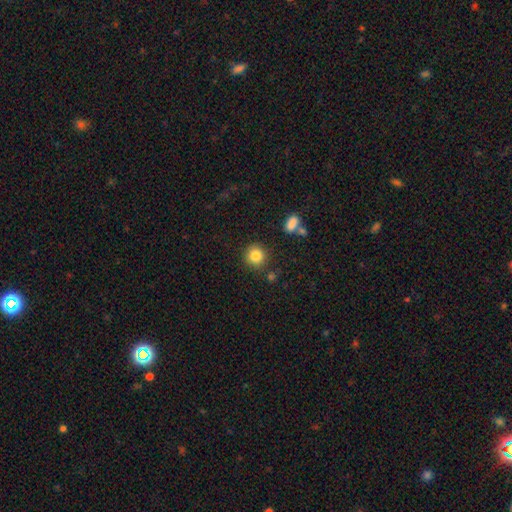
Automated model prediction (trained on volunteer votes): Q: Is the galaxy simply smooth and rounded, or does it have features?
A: smooth — 84%.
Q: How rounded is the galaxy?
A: round — 91%.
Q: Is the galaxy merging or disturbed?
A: none — 86%.